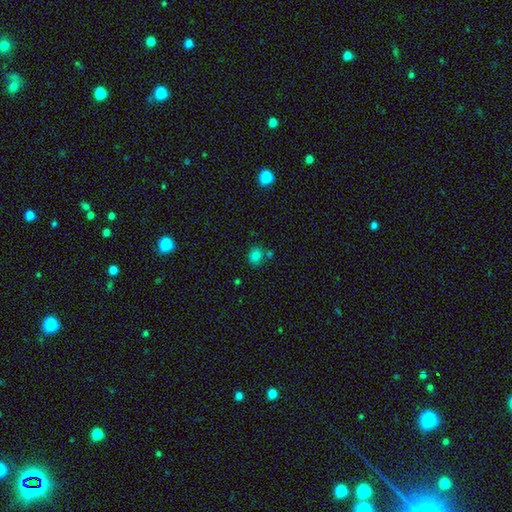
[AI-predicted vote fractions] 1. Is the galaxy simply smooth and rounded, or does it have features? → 80% smooth, 15% star or artifact, 5% featured or disk.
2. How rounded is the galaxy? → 73% round, 26% in between, 1% cigar-shaped.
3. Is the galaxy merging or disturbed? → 64% none, 18% merger, 13% minor disturbance, 4% major disturbance.